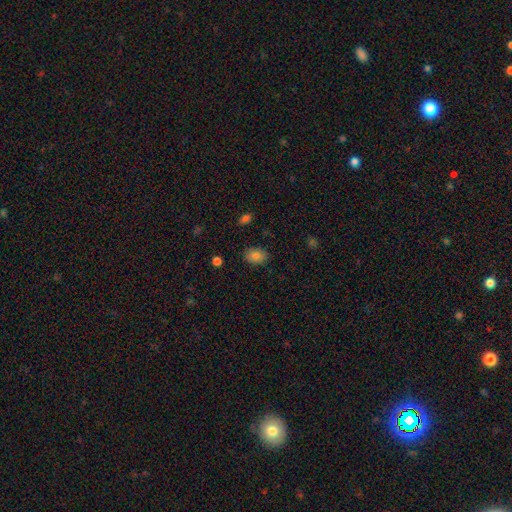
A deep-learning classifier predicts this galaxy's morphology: Smooth or featured? smooth (84%)
How rounded? in between (75%)
Merging? none (86%)